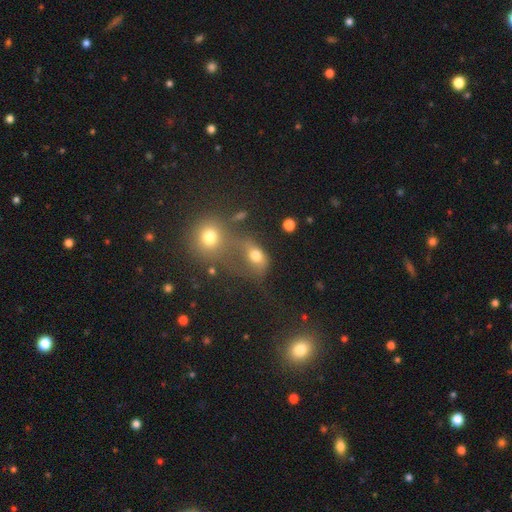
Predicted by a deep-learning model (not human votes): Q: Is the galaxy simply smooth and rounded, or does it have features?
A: smooth — 66%.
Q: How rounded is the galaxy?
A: in between — 64%.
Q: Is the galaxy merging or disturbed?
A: merger — 48%.